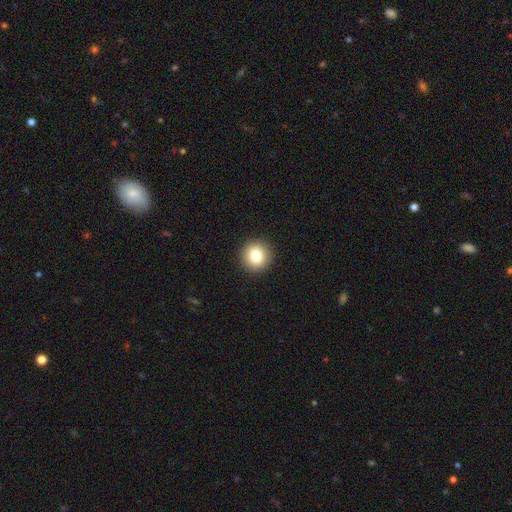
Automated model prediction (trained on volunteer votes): smooth 81%, star or artifact 10%, featured or disk 9%. Down the decision tree: how rounded — round (94%); merging — none (93%).